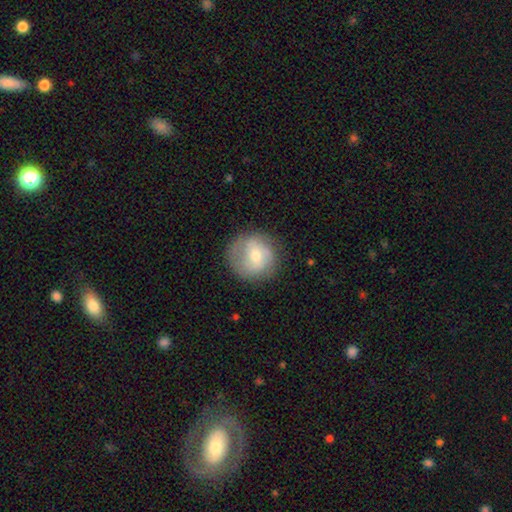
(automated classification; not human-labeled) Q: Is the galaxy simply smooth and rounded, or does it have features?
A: featured or disk — 51%.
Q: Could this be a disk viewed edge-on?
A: no — 97%.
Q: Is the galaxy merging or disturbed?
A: none — 75%.